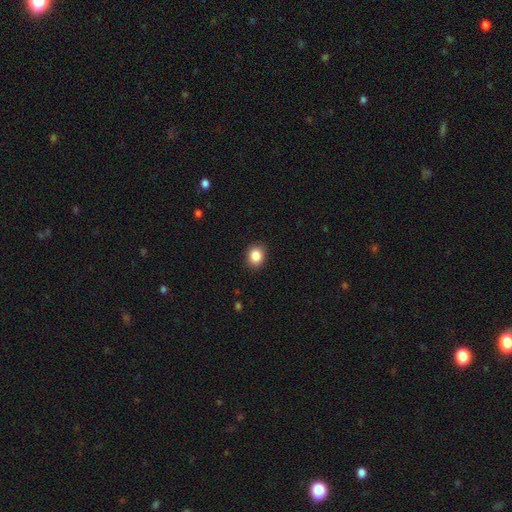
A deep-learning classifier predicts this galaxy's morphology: smooth_or_featured: smooth (p=0.87) [alt: star or artifact p=0.09]
how_rounded: round (p=0.65) [alt: in between p=0.34]
merging: none (p=0.89) [alt: minor disturbance p=0.08]